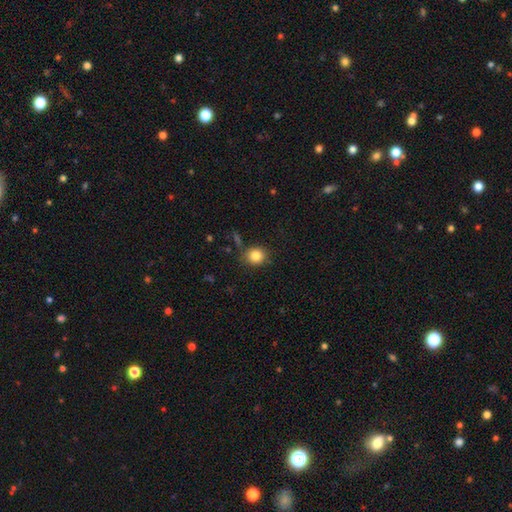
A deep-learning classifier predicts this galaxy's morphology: type=smooth (84%); roundness=round (80%); merging=none (81%).